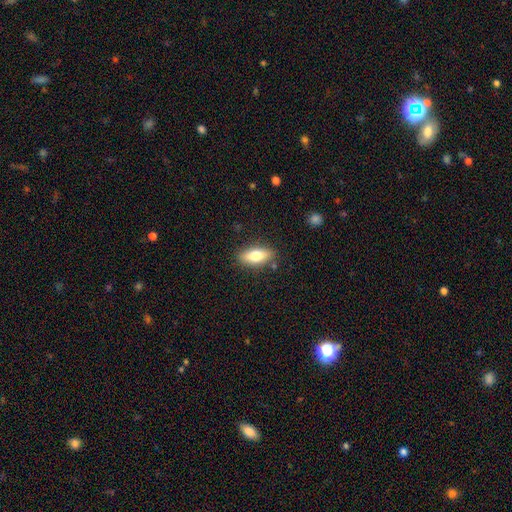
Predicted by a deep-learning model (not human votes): smooth_or_featured: smooth (p=0.70) [alt: featured or disk p=0.23]
how_rounded: in between (p=0.73) [alt: cigar-shaped p=0.24]
merging: none (p=0.85) [alt: minor disturbance p=0.11]